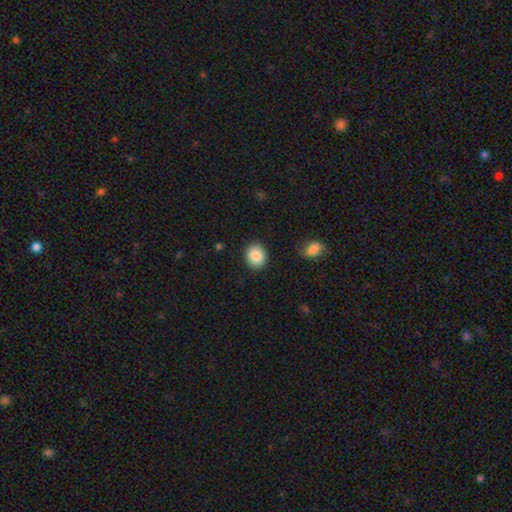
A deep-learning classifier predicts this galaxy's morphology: Smooth or featured? smooth (86%)
How rounded? round (67%)
Merging? none (88%)